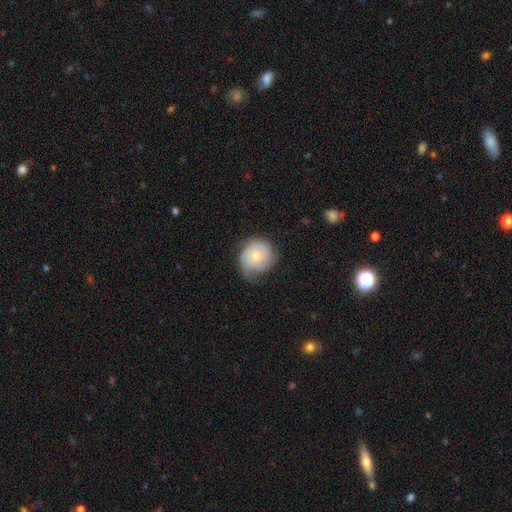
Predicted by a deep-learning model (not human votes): Morphology: type=featured or disk (51%); edge-on=no (97%); bar=no (83%); spiral arms=yes (81%); bulge=small (50%); merging=none (58%).